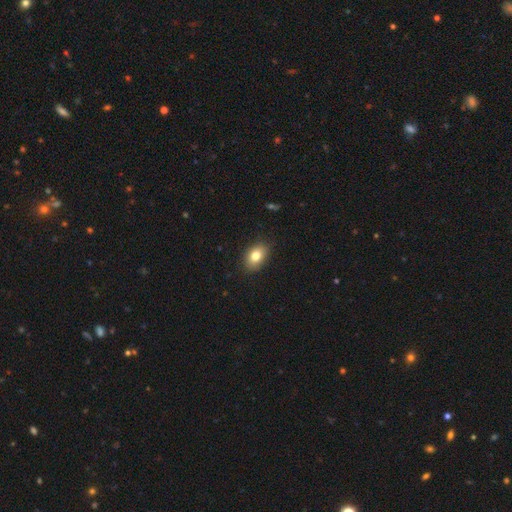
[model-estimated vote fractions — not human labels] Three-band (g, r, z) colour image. It shows a smooth galaxy with no disk features (80%) that is in between round and cigar-shaped (82%). Merging: none (86%).